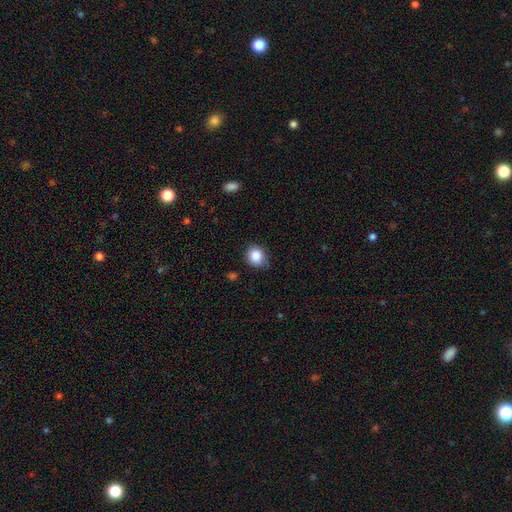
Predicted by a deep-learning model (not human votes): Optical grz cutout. It shows a smooth galaxy with no disk features (86%) that is round (73%). Merging: none (75%).